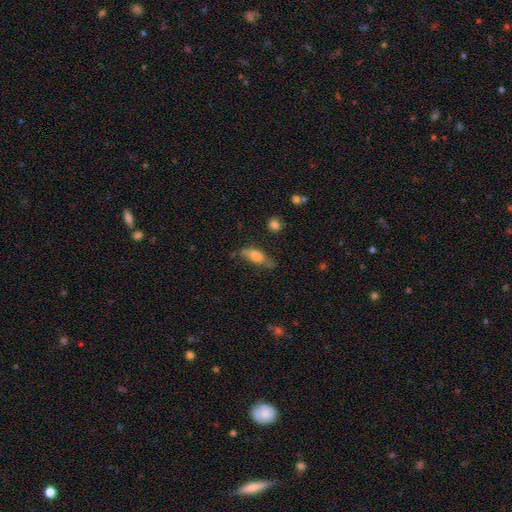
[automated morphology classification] Smooth or featured? Predicted: smooth (p=0.66). How rounded? Predicted: in between (p=0.62). Merging? Predicted: none (p=0.59).